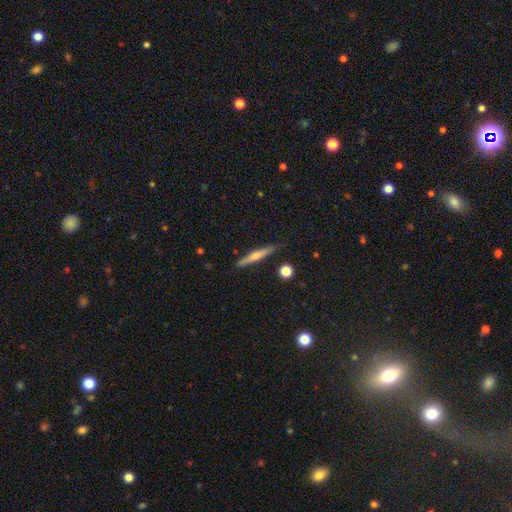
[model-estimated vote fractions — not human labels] Q: Smooth or featured?
A: featured or disk (53%); runner-up: smooth (40%)
Q: Edge-on disk?
A: yes (97%); runner-up: no (3%)
Q: Edge-on bulge?
A: rounded (75%); runner-up: none (18%)
Q: Merging?
A: none (88%); runner-up: minor disturbance (8%)